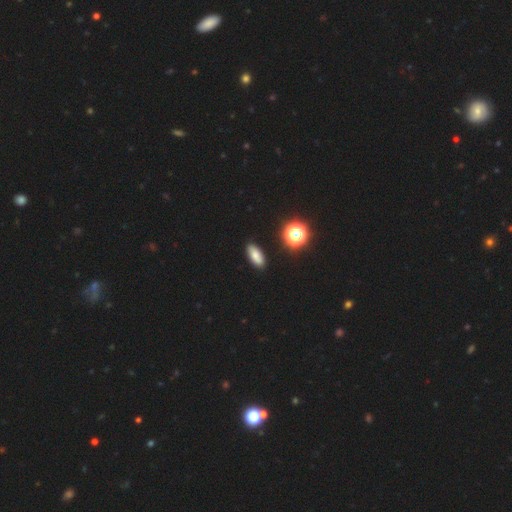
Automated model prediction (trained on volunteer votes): Smooth or featured?
  - smooth: 76% *
  - star or artifact: 14%
  - featured or disk: 10%
How rounded?
  - in between: 84% *
  - cigar-shaped: 11%
  - round: 5%
Merging?
  - none: 88% *
  - minor disturbance: 9%
  - major disturbance: 2%
  - merger: 2%